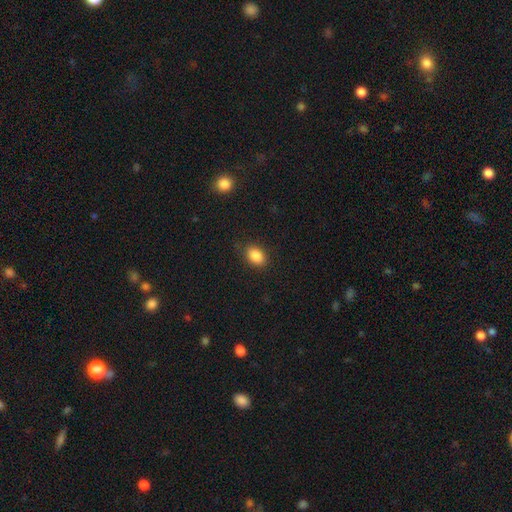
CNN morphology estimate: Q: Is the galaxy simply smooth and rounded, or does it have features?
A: smooth — 86%.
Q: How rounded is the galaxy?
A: in between — 80%.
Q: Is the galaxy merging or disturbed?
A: none — 83%.